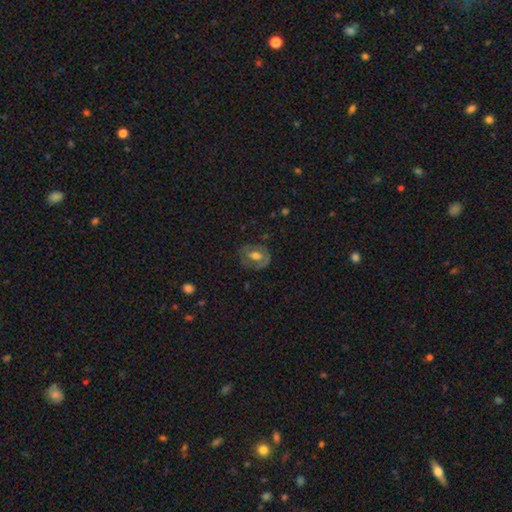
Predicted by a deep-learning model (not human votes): Q: Smooth or featured?
A: featured or disk (49%); runner-up: smooth (43%)
Q: Merging?
A: none (68%); runner-up: minor disturbance (20%)